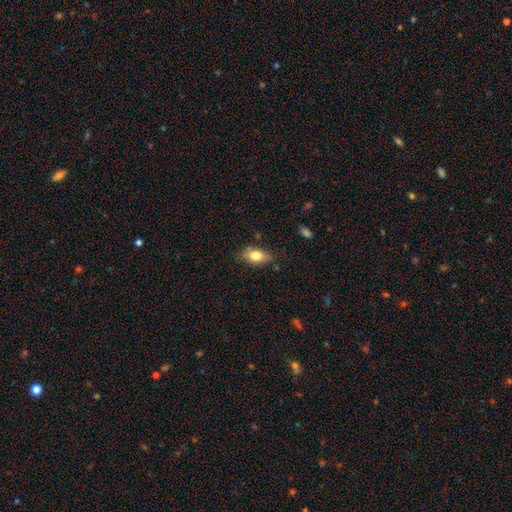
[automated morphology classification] Smooth or featured: smooth — 77% (featured or disk — 16%)
How rounded: in between — 86% (cigar-shaped — 8%)
Merging: none — 77% (minor disturbance — 18%)